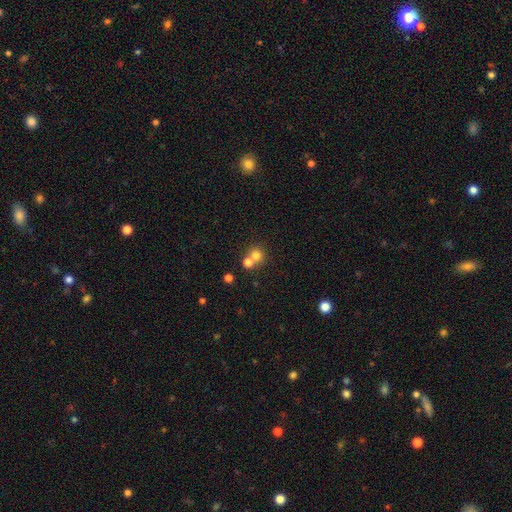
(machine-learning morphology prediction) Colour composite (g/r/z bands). It shows a smooth galaxy with no disk features (74%) that is round (88%). Merging: none (49%).